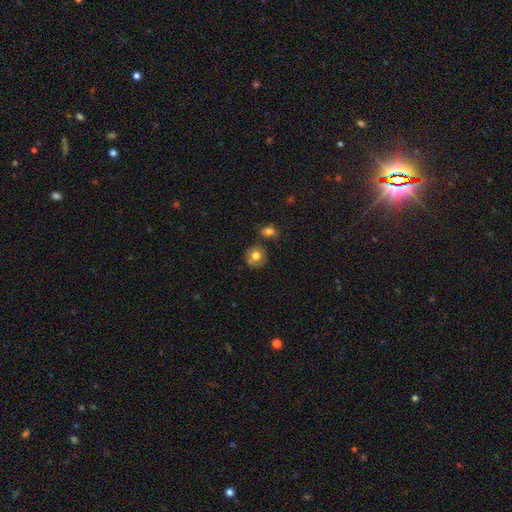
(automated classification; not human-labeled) smooth-or-featured: smooth: 75% | featured or disk: 16% | star or artifact: 9%
  how-rounded: round: 87% | in between: 12% | cigar-shaped: 1%
  merging: none: 74% | minor disturbance: 12% | merger: 10% | major disturbance: 3%